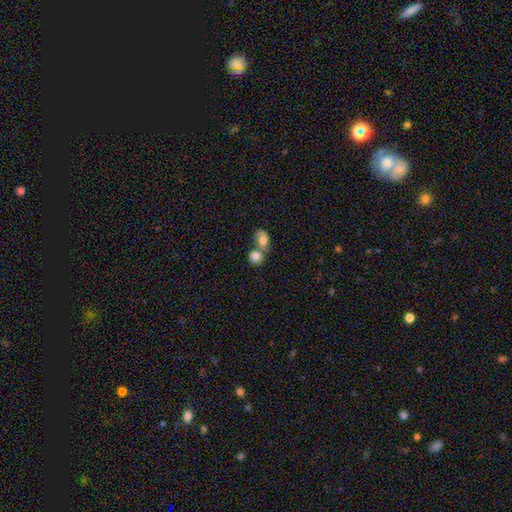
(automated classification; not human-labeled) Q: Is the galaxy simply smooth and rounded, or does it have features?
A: smooth — 78%.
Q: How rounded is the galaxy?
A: round — 69%.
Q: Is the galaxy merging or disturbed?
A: merger — 65%.